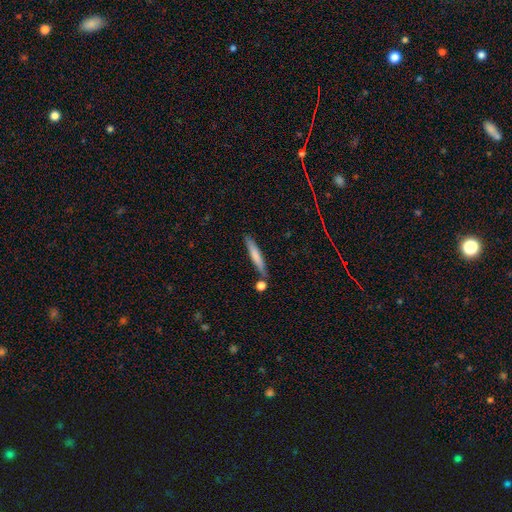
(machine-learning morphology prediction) Smooth or featured? smooth (70%)
How rounded? cigar-shaped (92%)
Merging? none (75%)